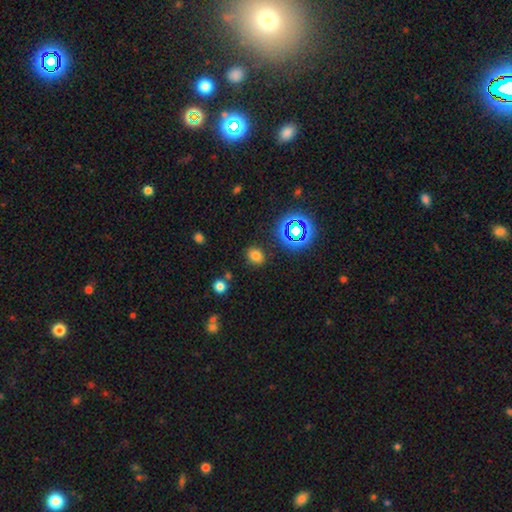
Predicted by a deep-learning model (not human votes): Morphology: type=smooth (71%); roundness=round (52%); merging=none (85%).